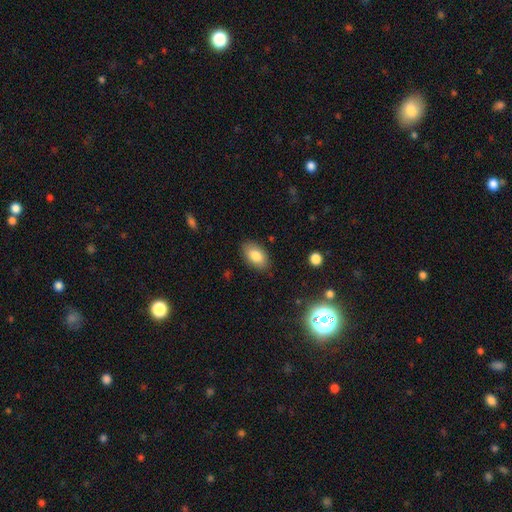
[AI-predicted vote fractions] The model was most divided on "smooth or featured": smooth: 83%, featured or disk: 10%, star or artifact: 8%. More confident: how rounded — in between (93%); merging — none (85%).